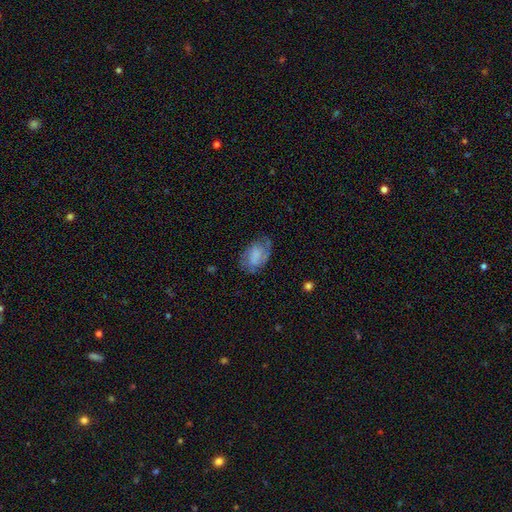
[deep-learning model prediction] smooth_or_featured: smooth (p=0.58) [alt: featured or disk p=0.34]
how_rounded: in between (p=0.88) [alt: round p=0.10]
merging: none (p=0.60) [alt: minor disturbance p=0.26]